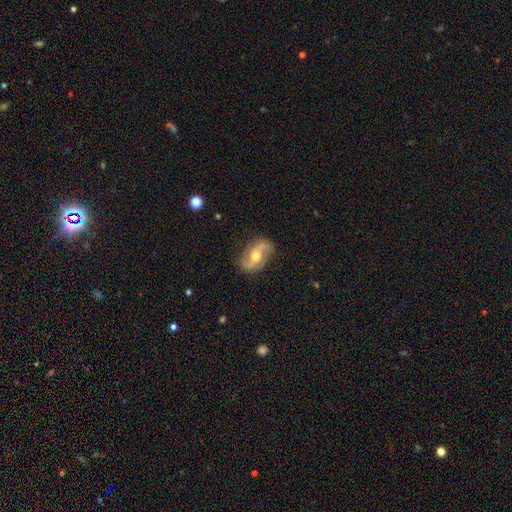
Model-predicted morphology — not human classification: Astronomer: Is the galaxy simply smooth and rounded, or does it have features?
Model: featured or disk — 83%.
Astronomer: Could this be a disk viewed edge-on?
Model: no — 96%.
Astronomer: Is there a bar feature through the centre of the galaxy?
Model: no — 44% (runner-up: weak, 39%).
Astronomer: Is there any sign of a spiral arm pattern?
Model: yes — 94%.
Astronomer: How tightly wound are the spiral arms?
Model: loose — 52% (runner-up: medium, 36%).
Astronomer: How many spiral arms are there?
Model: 2 — 92%.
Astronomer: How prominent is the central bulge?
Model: moderate — 72%.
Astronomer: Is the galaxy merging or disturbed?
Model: none — 83%.